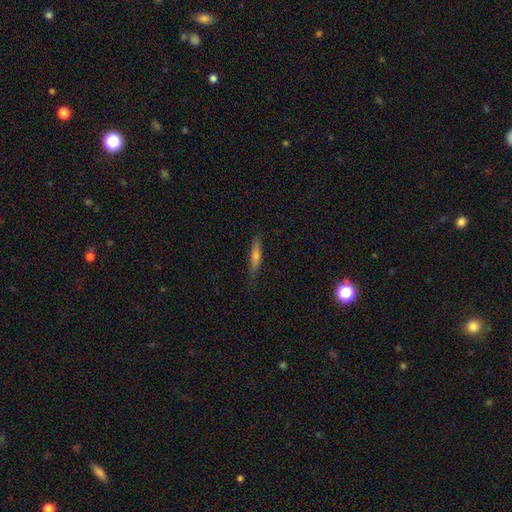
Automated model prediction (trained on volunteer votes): Q: Smooth or featured?
A: smooth (54%); runner-up: featured or disk (37%)
Q: How rounded?
A: cigar-shaped (88%); runner-up: in between (10%)
Q: Merging?
A: none (83%); runner-up: minor disturbance (14%)